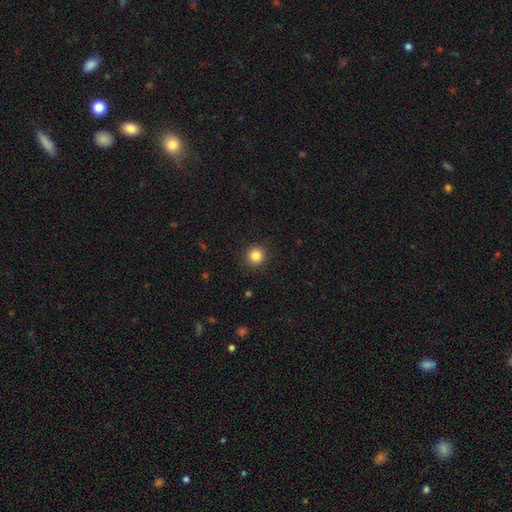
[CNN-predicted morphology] A smooth galaxy with no disk features (84%) that is round (94%). Merging: none (92%).